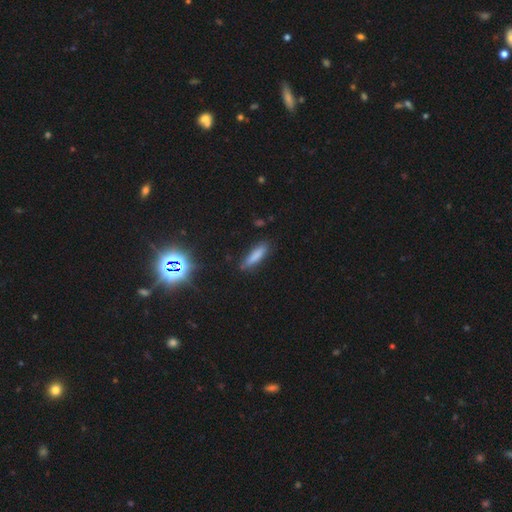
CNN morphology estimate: Smooth or featured? Predicted: smooth (p=0.81). How rounded? Predicted: cigar-shaped (p=0.74). Merging? Predicted: none (p=0.82).